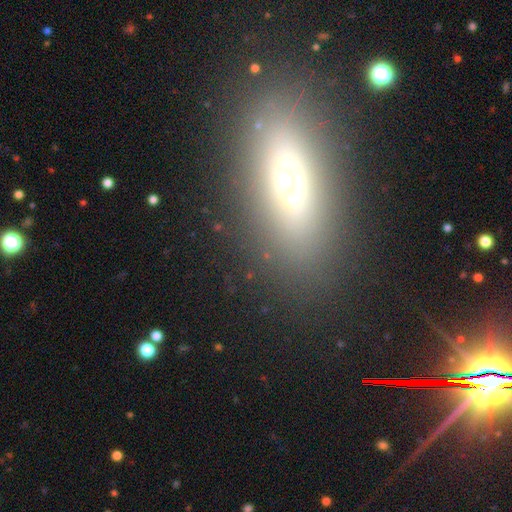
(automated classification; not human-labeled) smooth 46%, featured or disk 32%, star or artifact 22%. Down the decision tree: merging — none (84%).